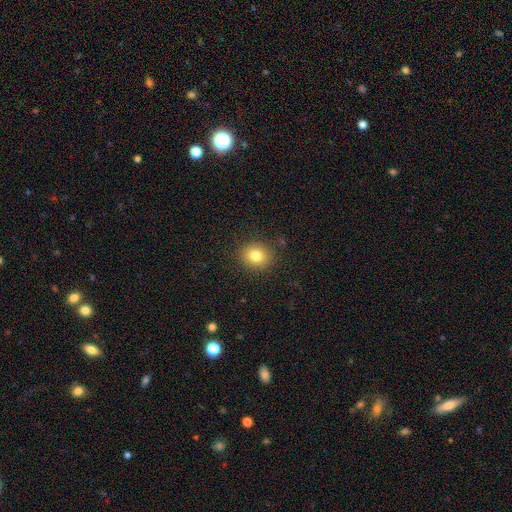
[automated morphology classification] Smooth or featured? Predicted: smooth (p=0.80). How rounded? Predicted: round (p=0.77). Merging? Predicted: none (p=0.89).